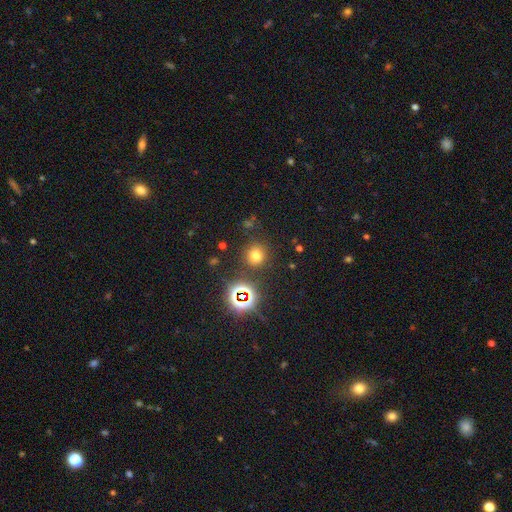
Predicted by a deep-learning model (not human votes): Overall: smooth (66%). How rounded: round (89%). Merging: none (85%).